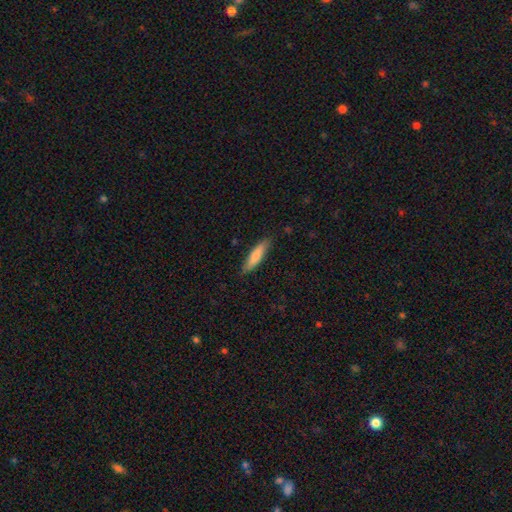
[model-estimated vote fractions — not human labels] smooth_or_featured: smooth (p=0.77) [alt: featured or disk p=0.18]
how_rounded: cigar-shaped (p=0.77) [alt: in between p=0.22]
merging: none (p=0.85) [alt: minor disturbance p=0.12]